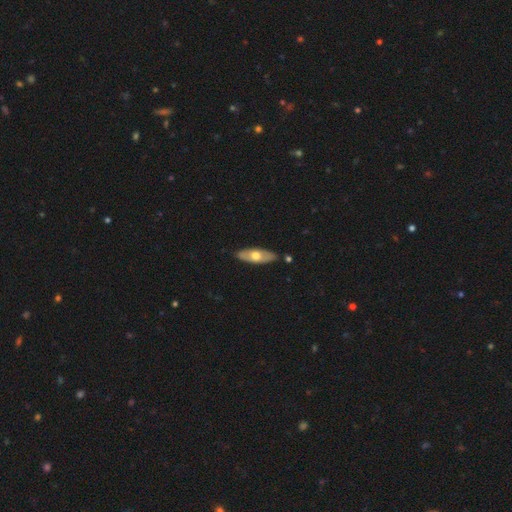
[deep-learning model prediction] A smooth galaxy with no disk features (50%) that is in between round and cigar-shaped (68%). Merging: none (86%).